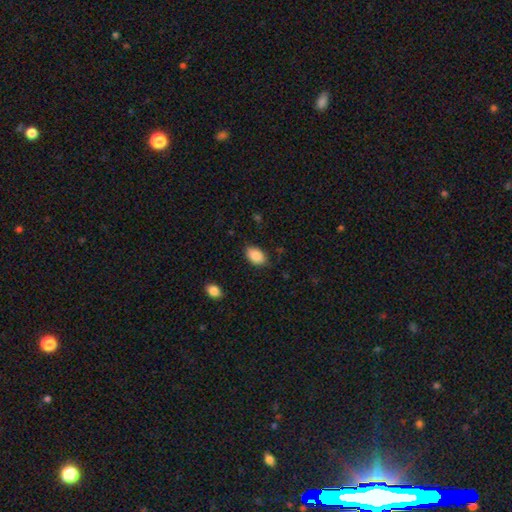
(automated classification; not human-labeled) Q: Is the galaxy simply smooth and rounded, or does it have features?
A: smooth — 88%.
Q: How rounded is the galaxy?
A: in between — 90%.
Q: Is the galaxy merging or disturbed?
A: none — 82%.